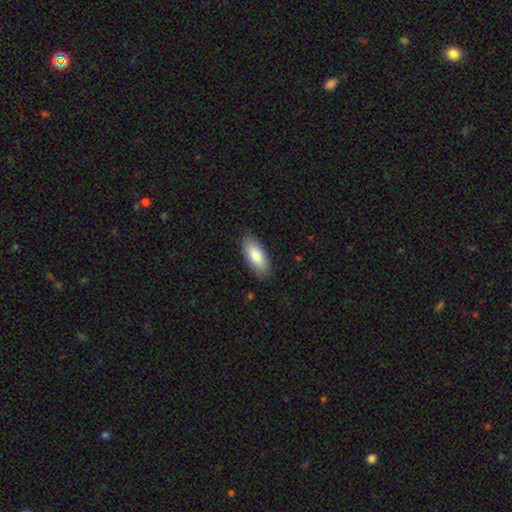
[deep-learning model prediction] Q: Smooth or featured?
A: smooth (82%); runner-up: featured or disk (12%)
Q: How rounded?
A: in between (84%); runner-up: cigar-shaped (13%)
Q: Merging?
A: none (85%); runner-up: minor disturbance (12%)